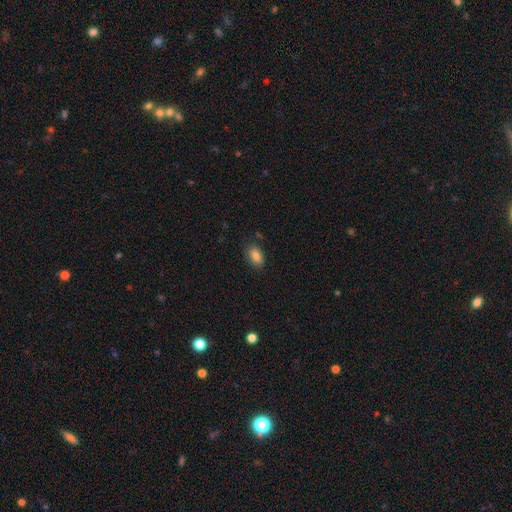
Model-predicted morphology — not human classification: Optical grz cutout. It shows a smooth galaxy with no disk features (85%) that is in between round and cigar-shaped (91%). Merging: none (82%).